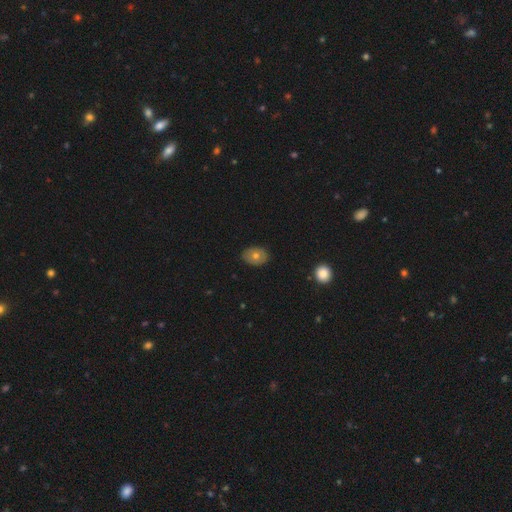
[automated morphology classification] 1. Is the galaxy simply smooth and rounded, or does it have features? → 67% smooth, 23% featured or disk, 10% star or artifact.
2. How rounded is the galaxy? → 68% in between, 31% round, 1% cigar-shaped.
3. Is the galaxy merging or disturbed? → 86% none, 10% minor disturbance, 2% major disturbance, 1% merger.